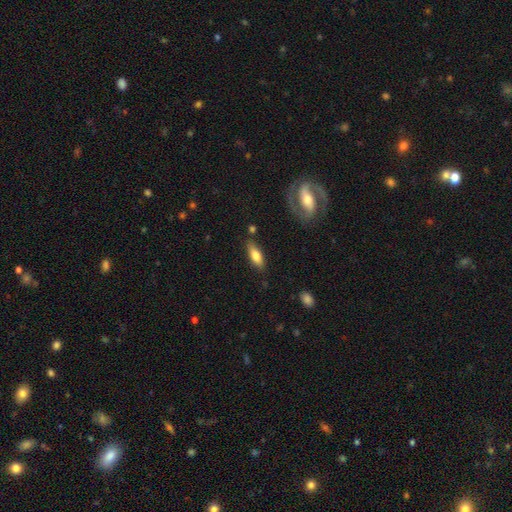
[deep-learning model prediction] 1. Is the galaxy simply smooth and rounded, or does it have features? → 72% smooth, 22% featured or disk, 6% star or artifact.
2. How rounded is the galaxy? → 63% in between, 35% cigar-shaped, 2% round.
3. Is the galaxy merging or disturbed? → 78% none, 15% minor disturbance, 4% major disturbance, 3% merger.